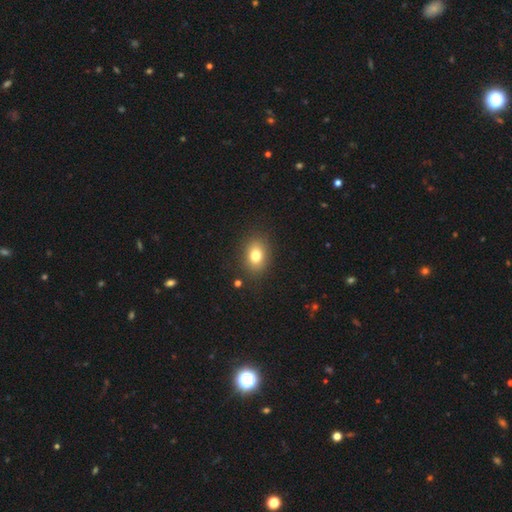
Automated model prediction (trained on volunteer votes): smooth 78%, star or artifact 12%, featured or disk 11%. Down the decision tree: how rounded — in between (61%); merging — none (85%).